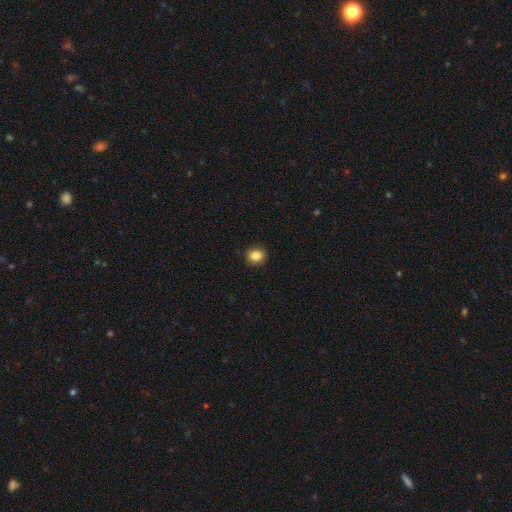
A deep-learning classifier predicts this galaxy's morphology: Smooth or featured? Predicted: smooth (p=0.85). How rounded? Predicted: round (p=0.74). Merging? Predicted: none (p=0.92).